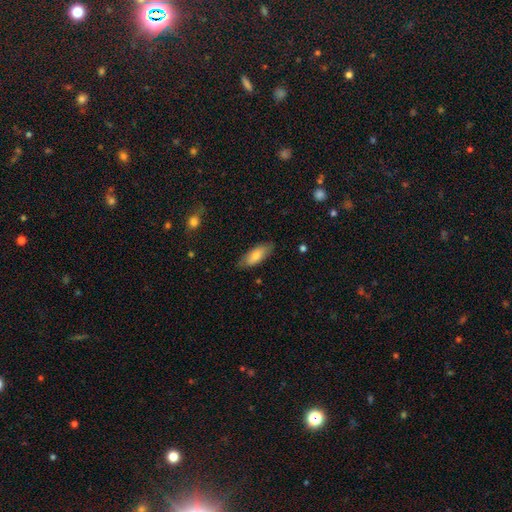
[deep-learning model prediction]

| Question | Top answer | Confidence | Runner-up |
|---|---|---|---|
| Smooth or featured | smooth | 78% | featured or disk (16%) |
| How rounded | in between | 79% | cigar-shaped (19%) |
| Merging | none | 79% | minor disturbance (16%) |